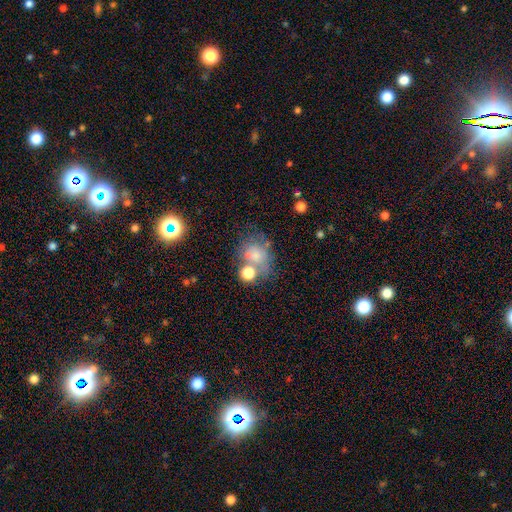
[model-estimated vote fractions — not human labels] smooth 59%, featured or disk 26%, star or artifact 15%. Down the decision tree: how rounded — round (58%); merging — none (36%).